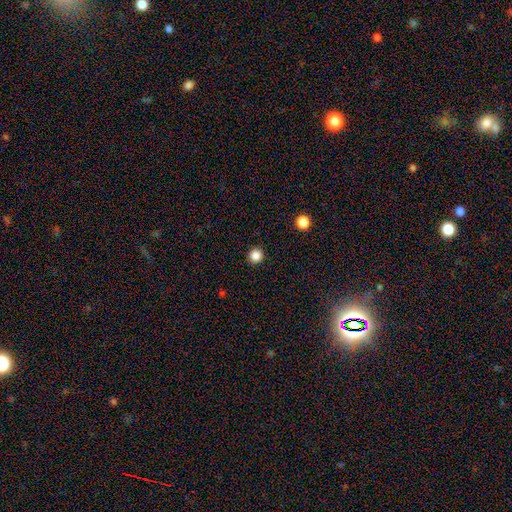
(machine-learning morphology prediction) smooth_or_featured: smooth (p=0.85) [alt: star or artifact p=0.12]
how_rounded: round (p=0.94) [alt: in between p=0.05]
merging: none (p=0.93) [alt: minor disturbance p=0.05]